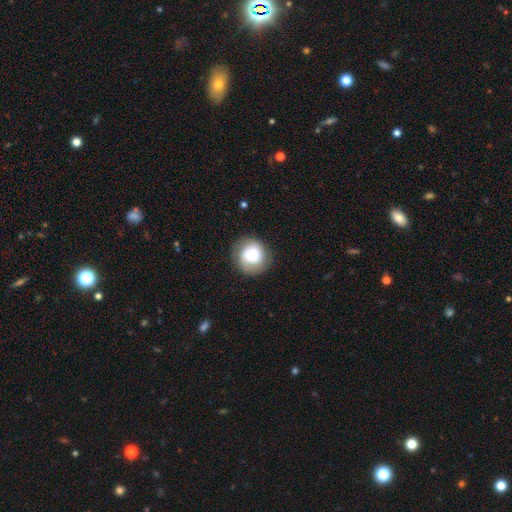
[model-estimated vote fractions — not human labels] A smooth galaxy with no disk features (65%) that is round (87%).

Vote fractions:
- Smooth or featured? smooth: 65% / featured or disk: 27% / star or artifact: 8%
- How rounded? round: 87% / in between: 12% / cigar-shaped: 1%
- Merging? none: 82% / minor disturbance: 12% / major disturbance: 4% / merger: 1%